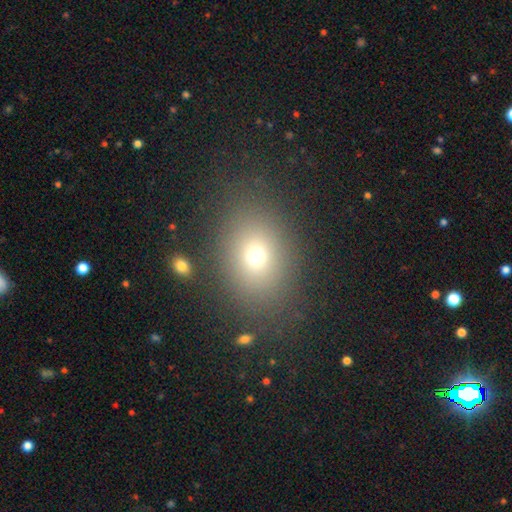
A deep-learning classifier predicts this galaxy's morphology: smooth 69%, star or artifact 18%, featured or disk 13%. Down the decision tree: how rounded — in between (58%); merging — none (82%).